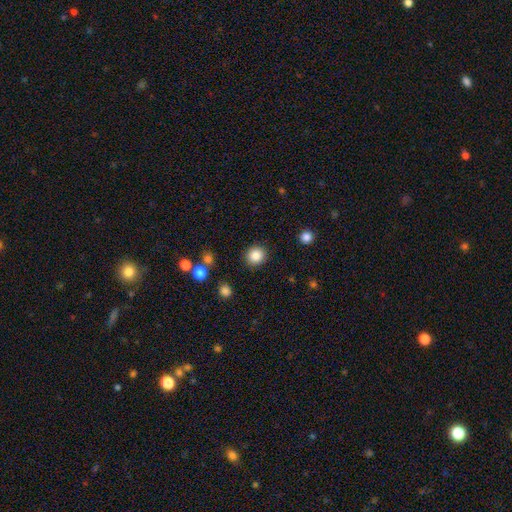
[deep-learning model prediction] Smooth or featured: smooth — 86% (star or artifact — 10%)
How rounded: round — 86% (in between — 13%)
Merging: none — 90% (minor disturbance — 6%)